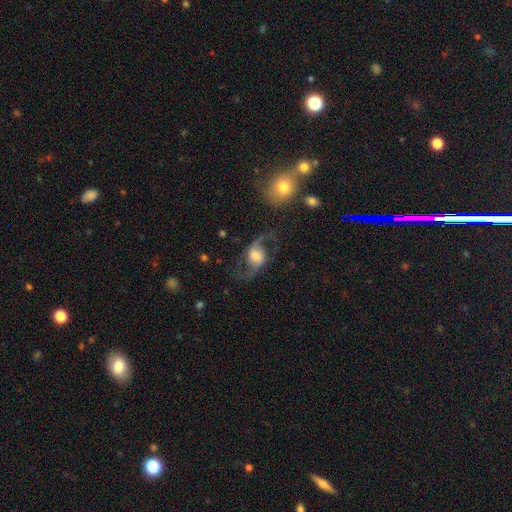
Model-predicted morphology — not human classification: smooth_or_featured: featured or disk (p=0.78) [alt: smooth p=0.15]
disk_edge_on: no (p=0.97) [alt: yes p=0.03]
bar: no (p=0.51) [alt: weak p=0.36]
has_spiral_arms: yes (p=0.94) [alt: no p=0.06]
spiral_winding: loose (p=0.76) [alt: medium p=0.21]
spiral_arm_count: 2 (p=0.92) [alt: 1 p=0.03]
bulge_size: moderate (p=0.53) [alt: large p=0.21]
merging: none (p=0.65) [alt: major disturbance p=0.16]